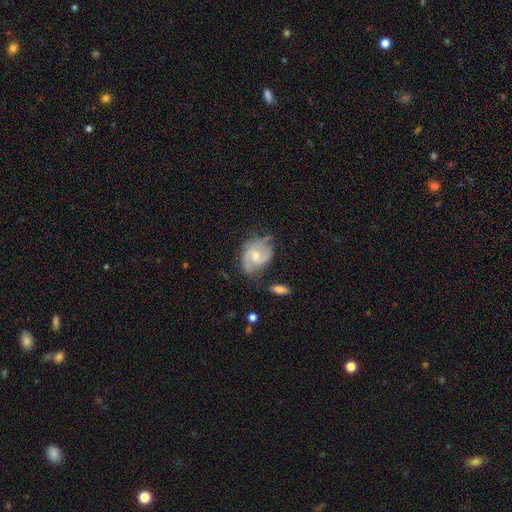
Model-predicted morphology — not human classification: This appears to be a featured or disk galaxy (80%) with no bar (59%), 2 (74%) medium (48%) spiral arms (94%) and a moderate central bulge (56%). Merging: none (59%).